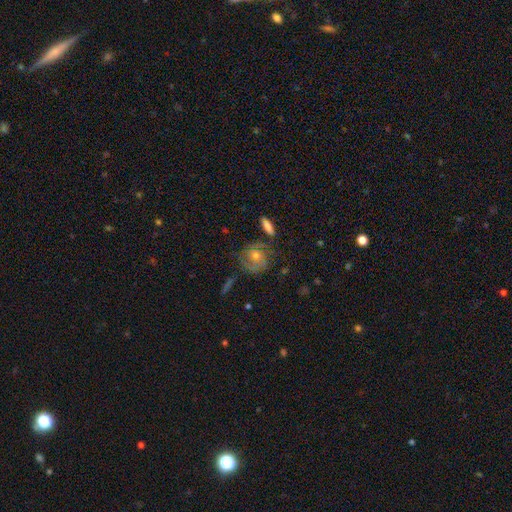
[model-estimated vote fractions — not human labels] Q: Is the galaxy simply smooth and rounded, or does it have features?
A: featured or disk — 52%.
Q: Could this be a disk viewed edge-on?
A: no — 94%.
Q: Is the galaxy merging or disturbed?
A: none — 59%.